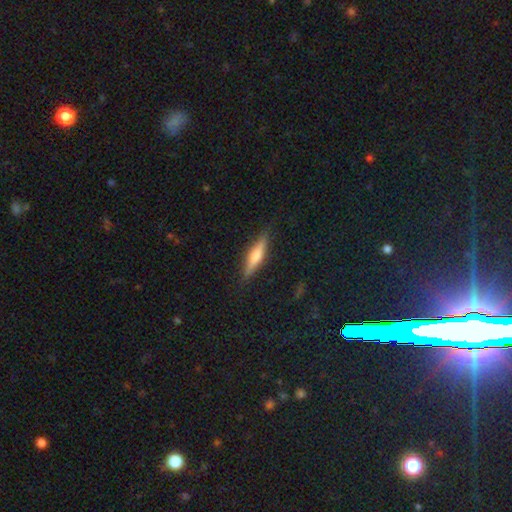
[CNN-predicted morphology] A featured or disk galaxy (49%).

Vote fractions:
- Smooth or featured? featured or disk: 49% / smooth: 44% / star or artifact: 7%
- Merging? none: 87% / minor disturbance: 9% / major disturbance: 2% / merger: 1%